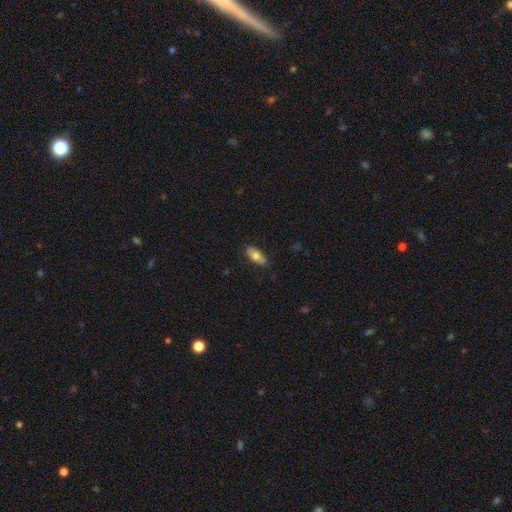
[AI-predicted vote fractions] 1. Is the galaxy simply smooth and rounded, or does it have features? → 72% smooth, 22% featured or disk, 6% star or artifact.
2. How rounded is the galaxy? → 86% in between, 12% cigar-shaped, 3% round.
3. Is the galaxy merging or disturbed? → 83% none, 13% minor disturbance, 2% major disturbance, 1% merger.